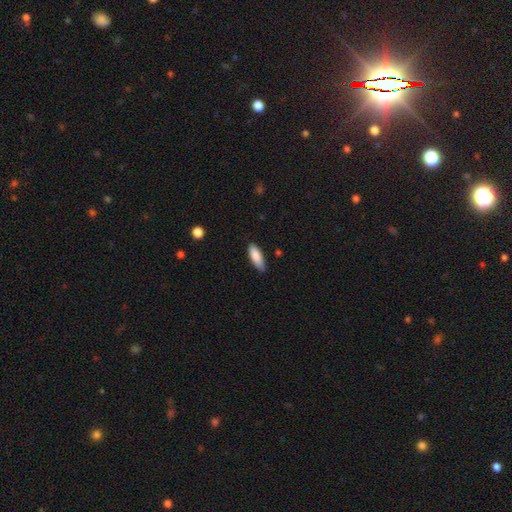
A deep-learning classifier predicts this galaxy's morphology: A smooth galaxy with no disk features (87%) that is in between round and cigar-shaped (62%).

Vote fractions:
- Smooth or featured? smooth: 87% / featured or disk: 7% / star or artifact: 6%
- How rounded? in between: 62% / cigar-shaped: 36% / round: 2%
- Merging? none: 80% / minor disturbance: 16% / major disturbance: 2% / merger: 1%